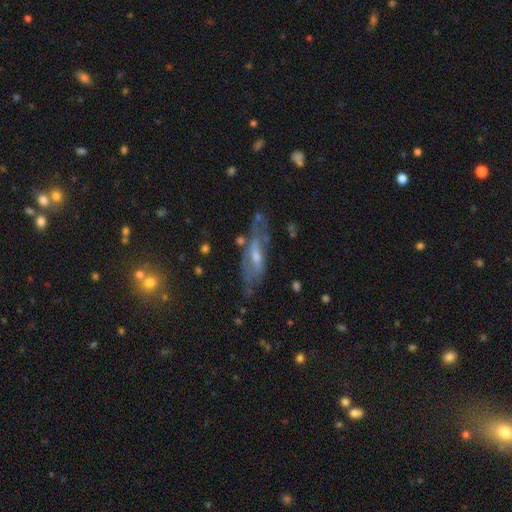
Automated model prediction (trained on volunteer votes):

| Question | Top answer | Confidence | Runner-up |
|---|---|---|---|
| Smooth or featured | featured or disk | 67% | smooth (22%) |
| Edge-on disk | no | 65% | yes (35%) |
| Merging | none | 65% | minor disturbance (21%) |